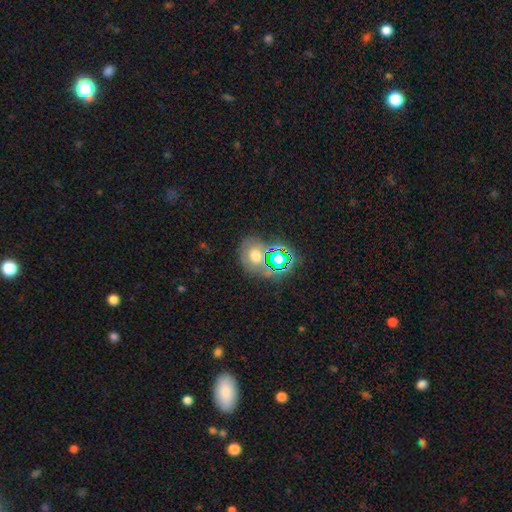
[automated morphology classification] A smooth galaxy with no disk features (49%).

Vote fractions:
- Smooth or featured? smooth: 49% / star or artifact: 32% / featured or disk: 19%
- Merging? none: 61% / minor disturbance: 16% / merger: 15% / major disturbance: 8%